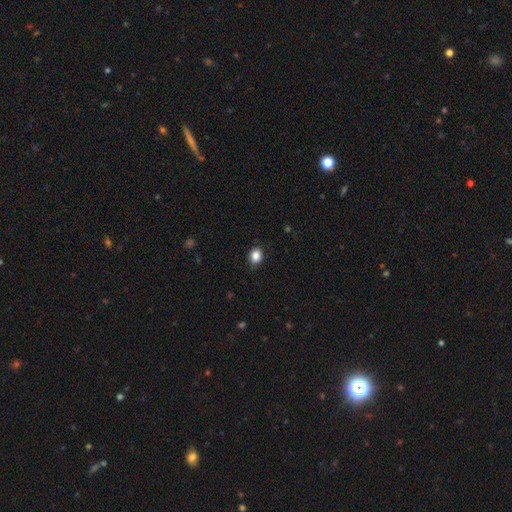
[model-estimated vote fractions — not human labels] This appears to be a smooth galaxy with no disk features (87%) that is round (51%). Merging: none (86%).